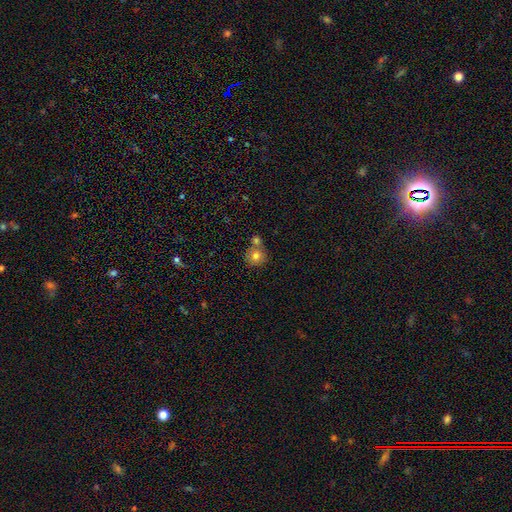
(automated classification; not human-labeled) Q: Smooth or featured?
A: smooth (77%); runner-up: featured or disk (12%)
Q: How rounded?
A: round (90%); runner-up: in between (9%)
Q: Merging?
A: none (56%); runner-up: merger (32%)